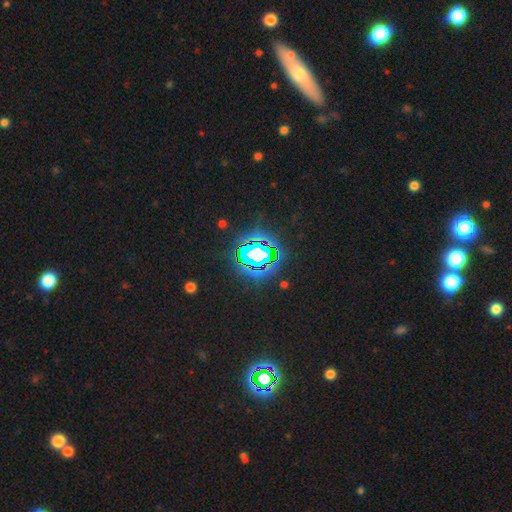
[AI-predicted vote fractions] smooth-or-featured: star or artifact: 78% | smooth: 13% | featured or disk: 9%